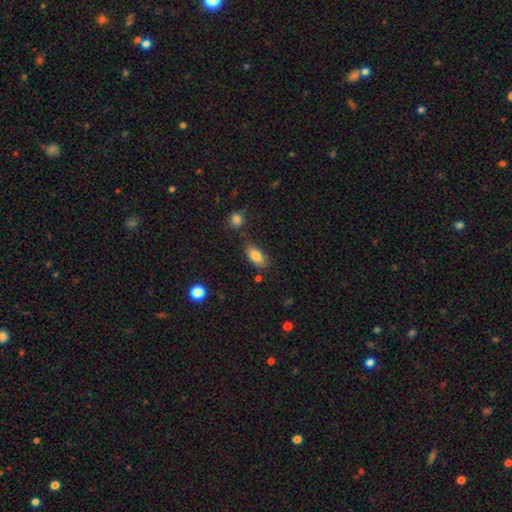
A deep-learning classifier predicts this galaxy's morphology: The model was most divided on "merging": none: 75%, minor disturbance: 16%, merger: 5%, major disturbance: 4%. More confident: how rounded — in between (88%); smooth or featured — smooth (82%).